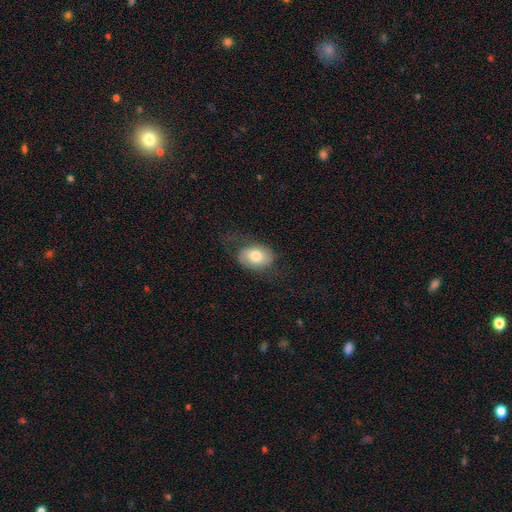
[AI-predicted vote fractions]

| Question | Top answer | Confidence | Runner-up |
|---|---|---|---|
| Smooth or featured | smooth | 67% | featured or disk (25%) |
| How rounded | in between | 76% | round (23%) |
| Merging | none | 57% | minor disturbance (25%) |